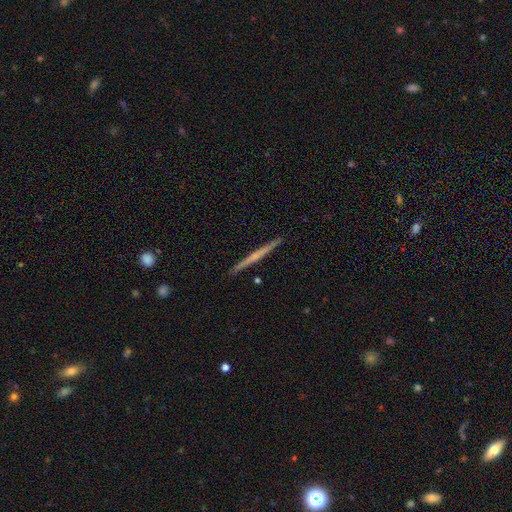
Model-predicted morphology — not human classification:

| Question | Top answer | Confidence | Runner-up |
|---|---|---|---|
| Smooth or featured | featured or disk | 62% | smooth (32%) |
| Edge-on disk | yes | 98% | no (2%) |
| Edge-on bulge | none | 65% | rounded (29%) |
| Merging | none | 92% | minor disturbance (5%) |